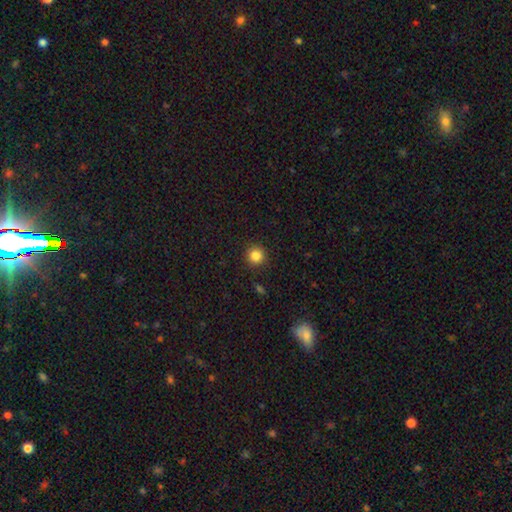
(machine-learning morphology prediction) Smooth or featured? Predicted: smooth (p=0.85). How rounded? Predicted: round (p=0.94). Merging? Predicted: none (p=0.90).